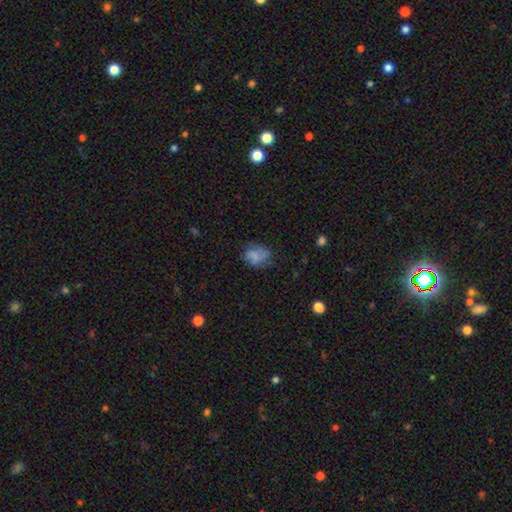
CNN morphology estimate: Smooth or featured? Predicted: smooth (p=0.63). How rounded? Predicted: in between (p=0.60). Merging? Predicted: none (p=0.52).